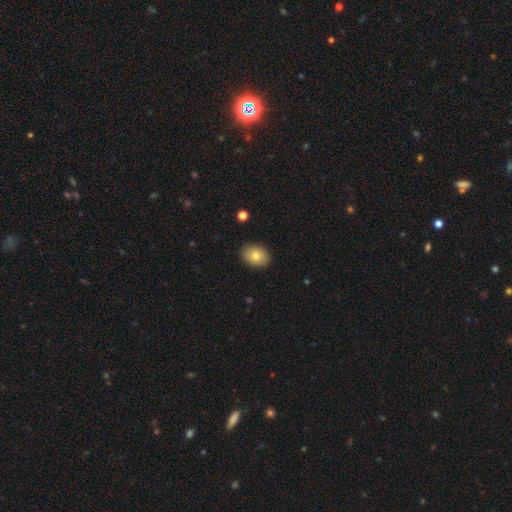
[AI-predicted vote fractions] Smooth or featured? smooth (79%)
How rounded? in between (77%)
Merging? none (88%)